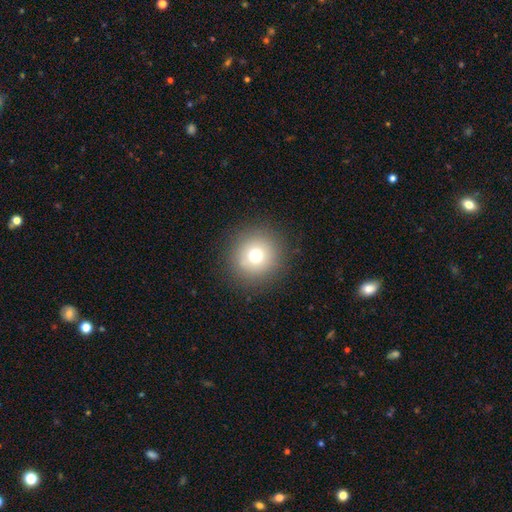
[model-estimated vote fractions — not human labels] A smooth galaxy with no disk features (73%) that is round (94%).

Vote fractions:
- Smooth or featured? smooth: 73% / star or artifact: 14% / featured or disk: 13%
- How rounded? round: 94% / in between: 5% / cigar-shaped: 1%
- Merging? none: 89% / minor disturbance: 7% / major disturbance: 3% / merger: 1%